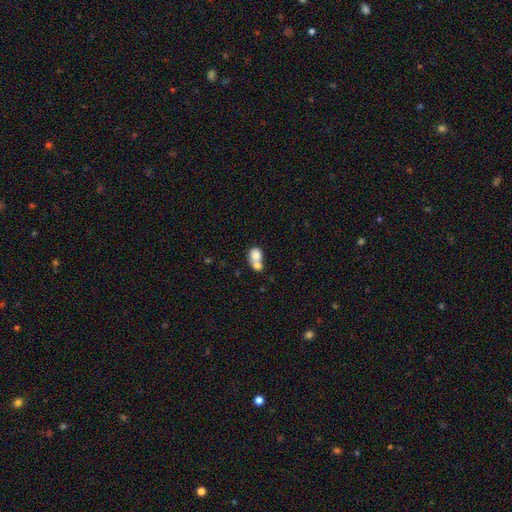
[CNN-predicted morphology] Smooth or featured: smooth — 75% (featured or disk — 16%)
How rounded: round — 53% (in between — 46%)
Merging: merger — 71% (none — 19%)